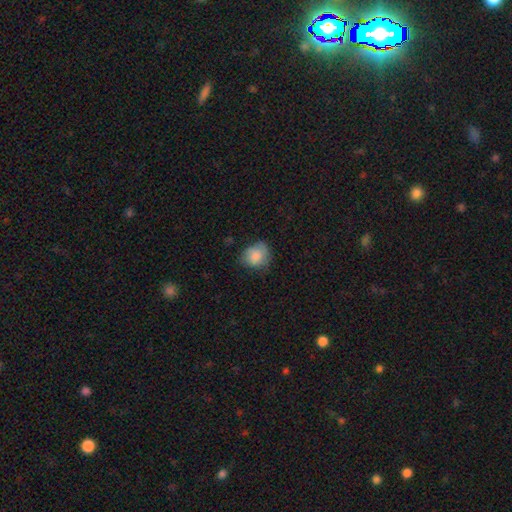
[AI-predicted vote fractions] A smooth galaxy with no disk features (81%) that is round (61%).

Vote fractions:
- Smooth or featured? smooth: 81% / featured or disk: 12% / star or artifact: 8%
- How rounded? round: 61% / in between: 38% / cigar-shaped: 1%
- Merging? none: 58% / minor disturbance: 32% / major disturbance: 9% / merger: 1%